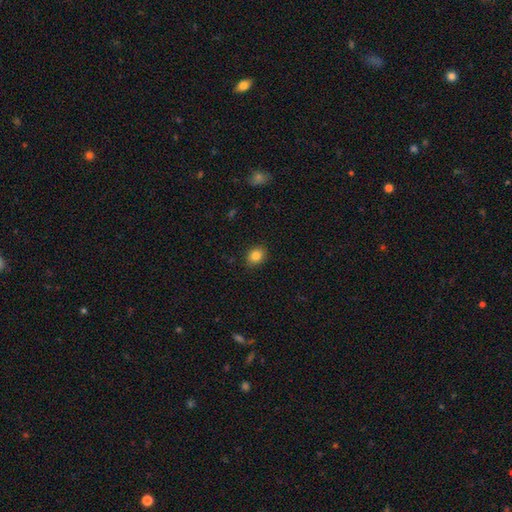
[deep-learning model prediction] A smooth galaxy with no disk features (84%) that is round (51%). Merging: none (89%).